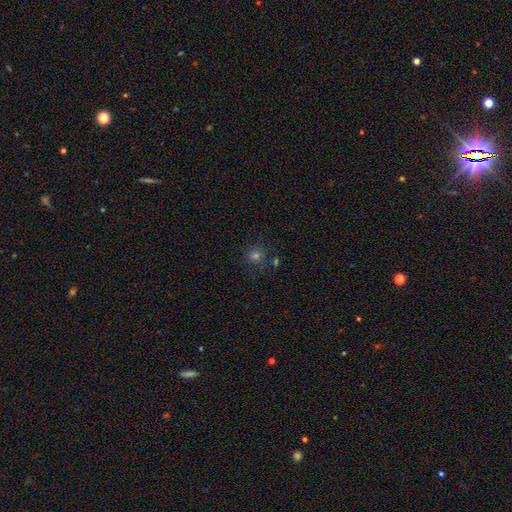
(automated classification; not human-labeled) Morphology: type=smooth (69%); roundness=round (91%); merging=none (82%).